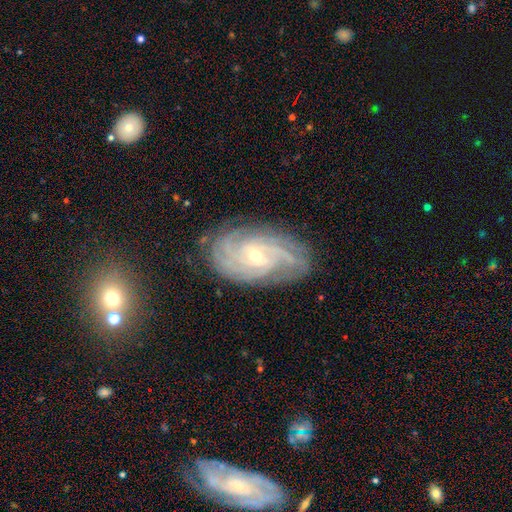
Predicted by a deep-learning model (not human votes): A featured or disk galaxy (88%) with no bar (57%), 4 (27%) tight (73%) spiral arms (98%) and a small central bulge (65%).

Vote fractions:
- Smooth or featured? featured or disk: 88% / star or artifact: 6% / smooth: 6%
- Edge-on disk? no: 96% / yes: 4%
- Bar? no: 57% / weak: 33% / strong: 10%
- Spiral arms? yes: 98% / no: 2%
- Spiral winding? tight: 73% / medium: 23% / loose: 5%
- Spiral arm count? 4: 27% / can't tell: 25% / 3: 18% / more than 4: 13% / 2: 11% / 1: 7%
- Bulge size? small: 65% / moderate: 32% / large: 1% / none: 1% / dominant: 1%
- Merging? none: 80% / minor disturbance: 15% / major disturbance: 4% / merger: 1%